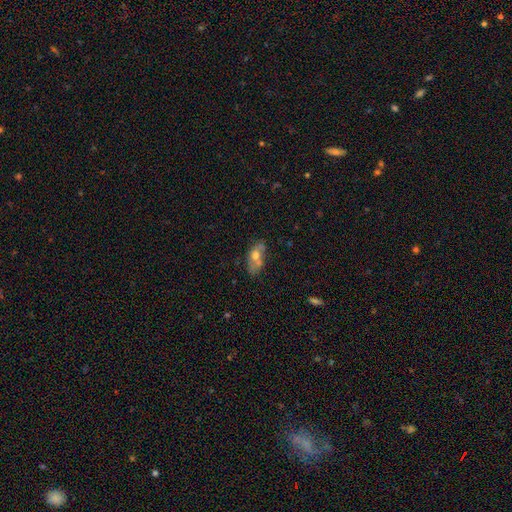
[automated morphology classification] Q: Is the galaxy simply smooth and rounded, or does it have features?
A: smooth — 56%.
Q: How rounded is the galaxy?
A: in between — 81%.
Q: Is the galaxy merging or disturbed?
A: none — 43%.